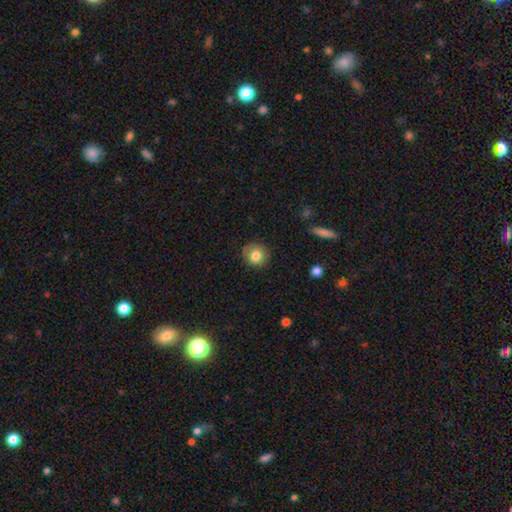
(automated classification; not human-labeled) A smooth galaxy with no disk features (81%) that is round (87%).

Vote fractions:
- Smooth or featured? smooth: 81% / star or artifact: 9% / featured or disk: 9%
- How rounded? round: 87% / in between: 12% / cigar-shaped: 1%
- Merging? none: 84% / minor disturbance: 12% / major disturbance: 3% / merger: 1%